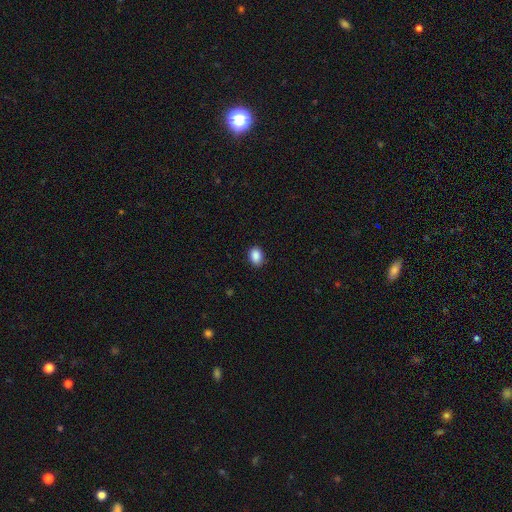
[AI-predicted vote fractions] This is clearly a smooth galaxy (89%). How rounded: likely in between (78%). Merging: clearly none (88%).